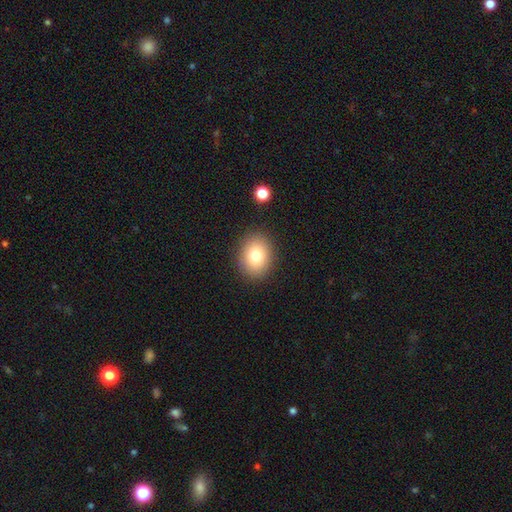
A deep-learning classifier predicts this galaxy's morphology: smooth 79%, star or artifact 11%, featured or disk 10%. Down the decision tree: how rounded — round (51%); merging — none (88%).